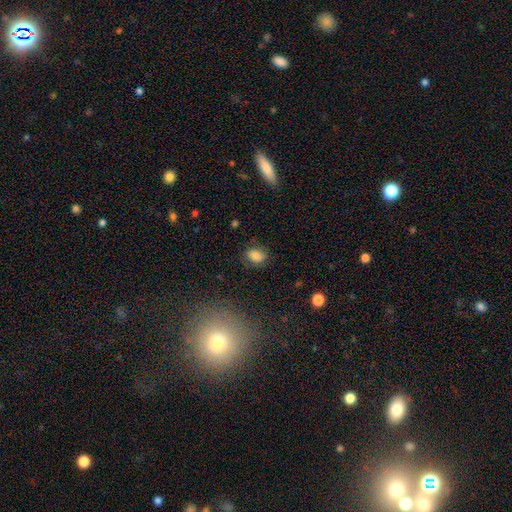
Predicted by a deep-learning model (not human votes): Q: Smooth or featured?
A: smooth (77%); runner-up: featured or disk (13%)
Q: How rounded?
A: in between (74%); runner-up: round (24%)
Q: Merging?
A: none (70%); runner-up: minor disturbance (21%)